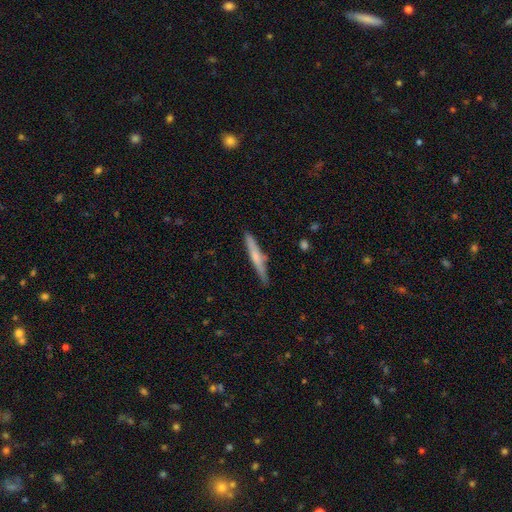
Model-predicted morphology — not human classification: Smooth or featured?
  - smooth: 49% *
  - featured or disk: 45%
  - star or artifact: 6%
Merging?
  - none: 84% *
  - minor disturbance: 12%
  - merger: 2%
  - major disturbance: 2%